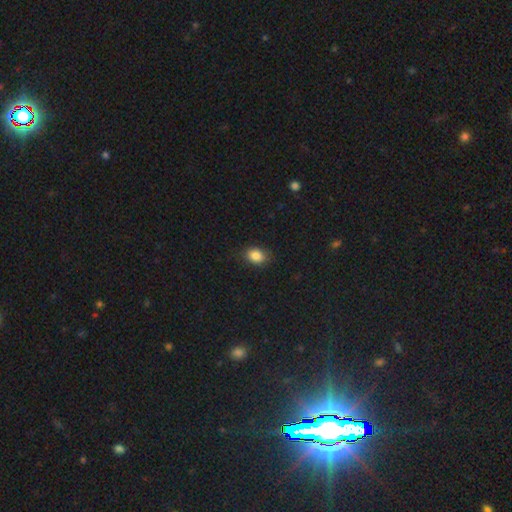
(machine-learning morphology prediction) Smooth or featured? smooth (86%)
How rounded? in between (69%)
Merging? none (84%)